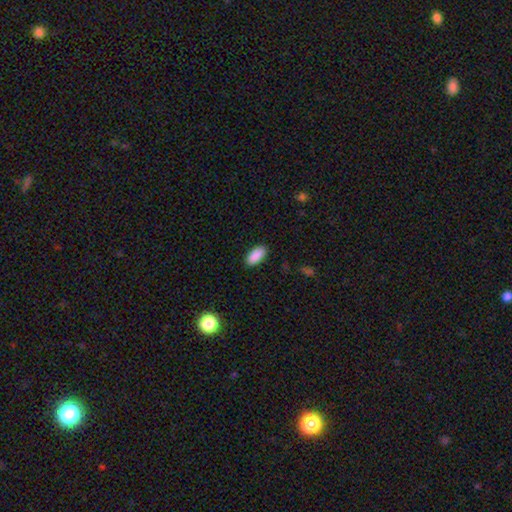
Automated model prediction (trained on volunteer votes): The model was most divided on "merging": none: 89%, minor disturbance: 8%, major disturbance: 2%, merger: 1%. More confident: how rounded — in between (90%); smooth or featured — smooth (90%).